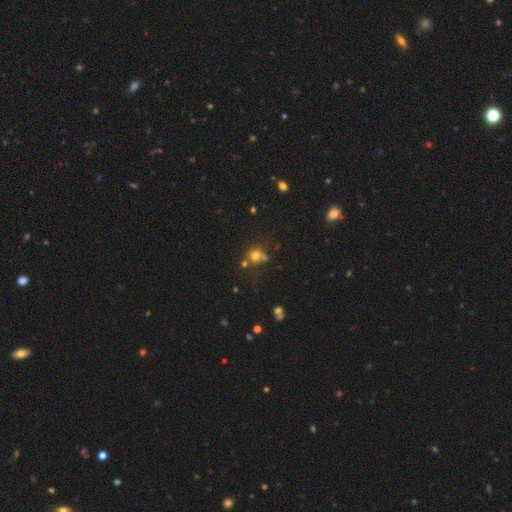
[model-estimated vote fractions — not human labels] This is likely a smooth galaxy (69%). How rounded: clearly round (86%). Merging: possibly none (57%).